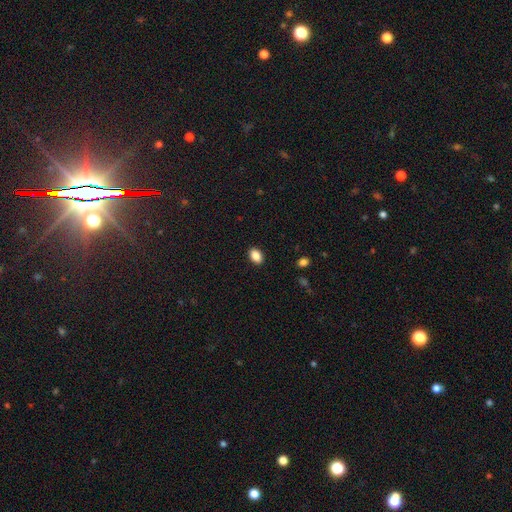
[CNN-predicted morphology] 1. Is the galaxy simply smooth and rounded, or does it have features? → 88% smooth, 8% star or artifact, 4% featured or disk.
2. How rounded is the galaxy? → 87% in between, 12% round, 1% cigar-shaped.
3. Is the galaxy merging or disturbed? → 89% none, 8% minor disturbance, 2% major disturbance, 1% merger.